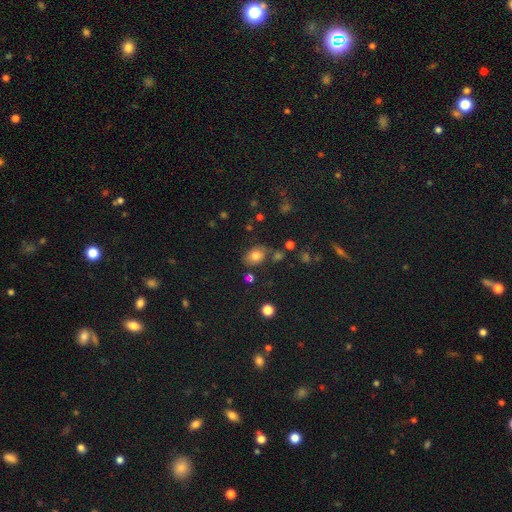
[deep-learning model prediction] Smooth or featured? smooth (77%)
How rounded? in between (67%)
Merging? none (71%)